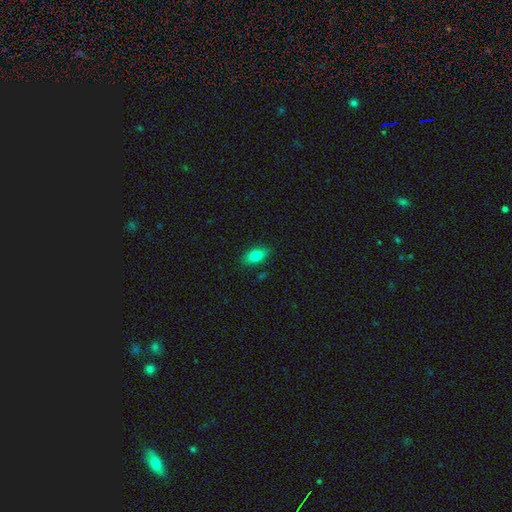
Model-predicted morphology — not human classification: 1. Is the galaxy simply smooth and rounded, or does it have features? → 81% smooth, 11% featured or disk, 8% star or artifact.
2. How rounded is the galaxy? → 88% in between, 7% cigar-shaped, 5% round.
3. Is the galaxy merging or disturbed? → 86% none, 10% minor disturbance, 2% major disturbance, 2% merger.